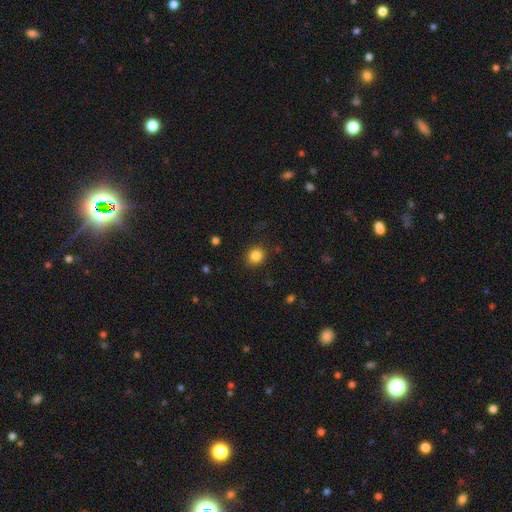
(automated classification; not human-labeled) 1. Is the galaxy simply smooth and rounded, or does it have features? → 84% smooth, 11% star or artifact, 4% featured or disk.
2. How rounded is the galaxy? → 78% round, 21% in between, 1% cigar-shaped.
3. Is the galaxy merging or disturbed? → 89% none, 8% minor disturbance, 3% major disturbance, 1% merger.